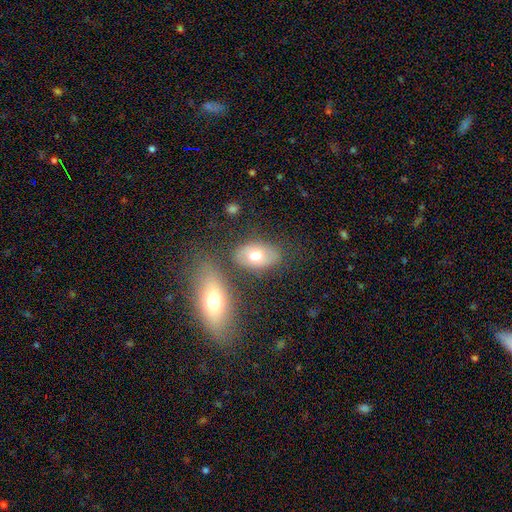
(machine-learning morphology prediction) type=smooth (67%); roundness=in between (87%); merging=none (72%).